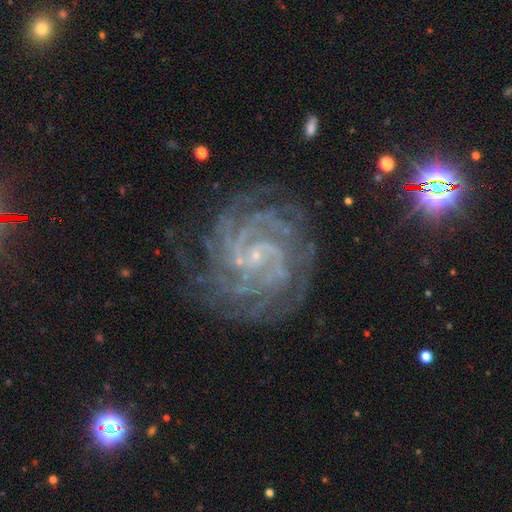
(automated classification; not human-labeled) smooth_or_featured: featured or disk (p=0.90) [alt: star or artifact p=0.06]
disk_edge_on: no (p=0.98) [alt: yes p=0.02]
bar: no (p=0.55) [alt: weak p=0.32]
has_spiral_arms: yes (p=0.98) [alt: no p=0.02]
spiral_winding: tight (p=0.75) [alt: medium p=0.22]
spiral_arm_count: 4 (p=0.25) [alt: more than 4 p=0.22]
bulge_size: small (p=0.85) [alt: none p=0.07]
merging: none (p=0.78) [alt: minor disturbance p=0.14]